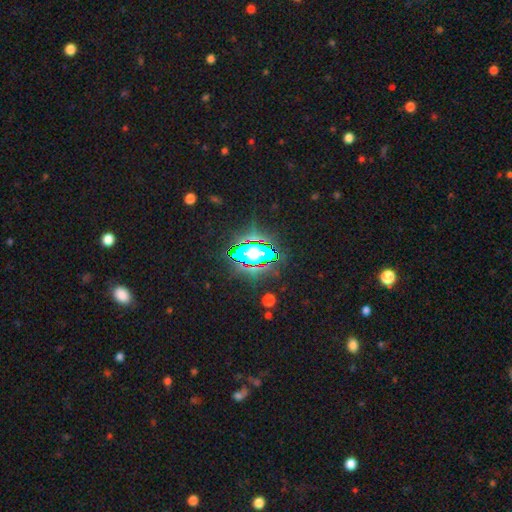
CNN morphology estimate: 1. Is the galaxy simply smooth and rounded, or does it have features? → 61% star or artifact, 24% smooth, 15% featured or disk.